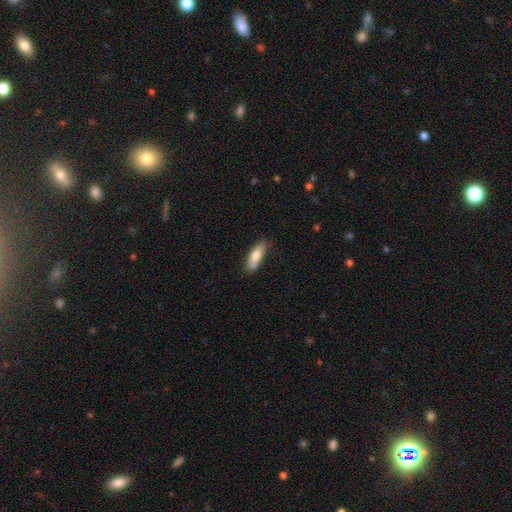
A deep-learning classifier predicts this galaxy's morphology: smooth-or-featured: smooth: 79% | featured or disk: 15% | star or artifact: 6%
  how-rounded: in between: 53% | cigar-shaped: 45% | round: 2%
  merging: none: 75% | minor disturbance: 19% | major disturbance: 3% | merger: 2%